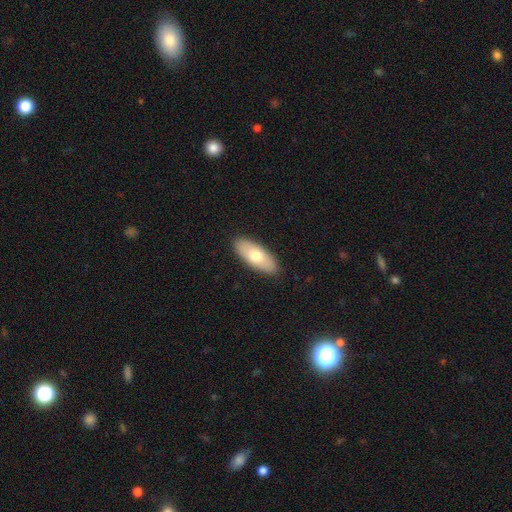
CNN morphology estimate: A smooth galaxy with no disk features (68%) that is in between round and cigar-shaped (86%).

Vote fractions:
- Smooth or featured? smooth: 68% / featured or disk: 26% / star or artifact: 5%
- How rounded? in between: 86% / cigar-shaped: 12% / round: 2%
- Merging? none: 89% / minor disturbance: 9% / major disturbance: 2% / merger: 1%